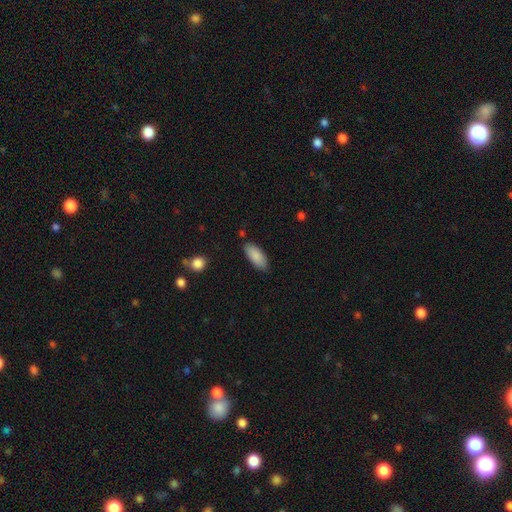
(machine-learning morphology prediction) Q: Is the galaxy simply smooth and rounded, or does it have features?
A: smooth — 88%.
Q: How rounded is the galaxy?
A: in between — 85%.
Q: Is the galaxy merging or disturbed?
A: none — 82%.